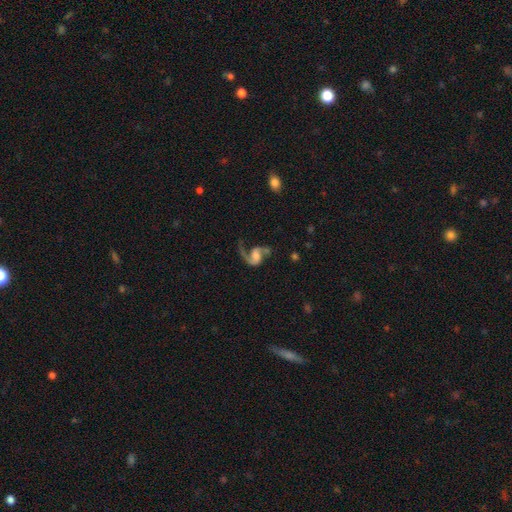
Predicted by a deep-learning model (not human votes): Overall: featured or disk (87%). Edge-on disk: no (98%). Bar: no (45%; weak 41%). Spiral arms: yes (96%). Spiral arm count: 2 (75%). Spiral winding: loose (59%; medium 35%). Bulge size: moderate (38%; small 27%). Merging: none (50%; major disturbance 28%).